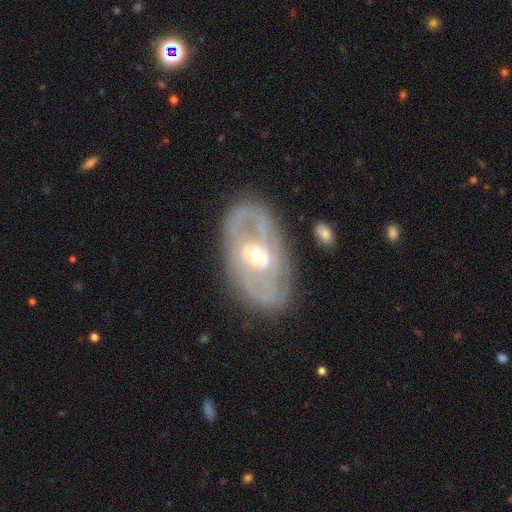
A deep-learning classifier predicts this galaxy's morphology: smooth_or_featured: featured or disk (p=0.82) [alt: smooth p=0.13]
disk_edge_on: no (p=0.93) [alt: yes p=0.07]
bar: no (p=0.51) [alt: weak p=0.36]
has_spiral_arms: yes (p=0.74) [alt: no p=0.26]
spiral_winding: tight (p=0.55) [alt: medium p=0.32]
spiral_arm_count: 2 (p=0.49) [alt: can't tell p=0.31]
bulge_size: moderate (p=0.65) [alt: small p=0.29]
merging: none (p=0.78) [alt: minor disturbance p=0.14]